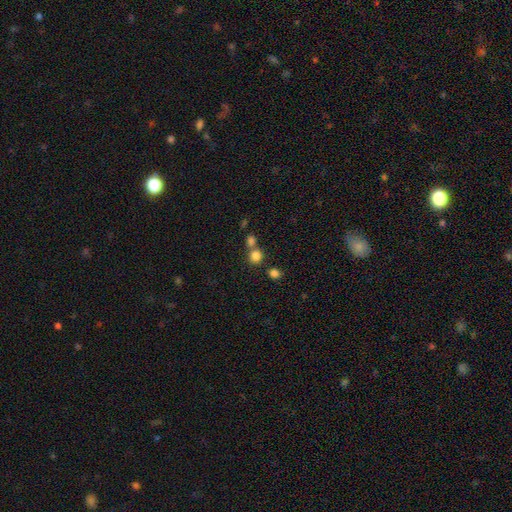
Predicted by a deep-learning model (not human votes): A smooth galaxy with no disk features (80%) that is round (87%). Merging: none (57%).